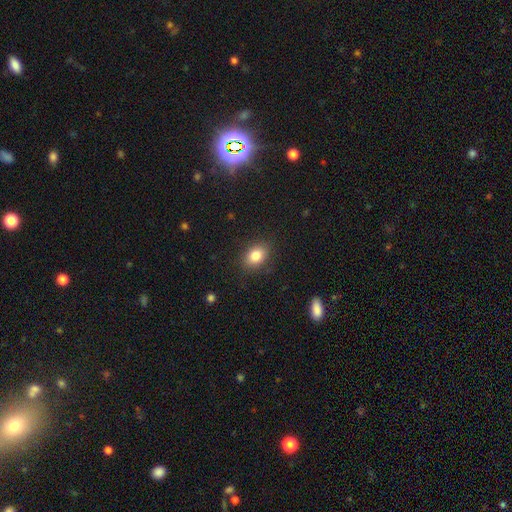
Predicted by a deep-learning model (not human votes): The model was most divided on "how rounded": in between: 71%, round: 28%, cigar-shaped: 1%. More confident: merging — none (85%); smooth or featured — smooth (83%).